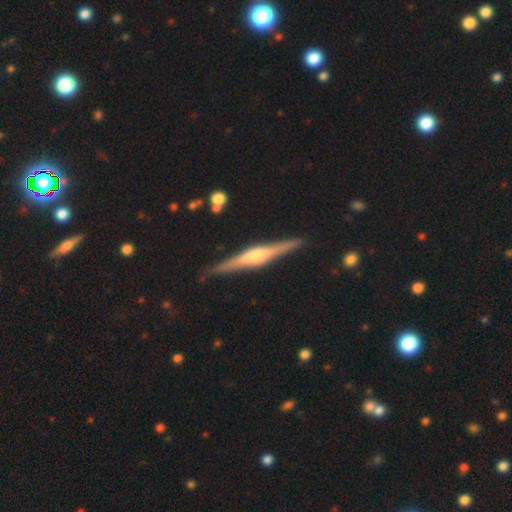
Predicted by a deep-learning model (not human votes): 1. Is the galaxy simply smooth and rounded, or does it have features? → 81% featured or disk, 14% smooth, 5% star or artifact.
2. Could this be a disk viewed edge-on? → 98% yes, 2% no.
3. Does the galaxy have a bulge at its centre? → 77% rounded, 17% boxy, 6% none.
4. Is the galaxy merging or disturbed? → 89% none, 8% minor disturbance, 2% major disturbance, 1% merger.